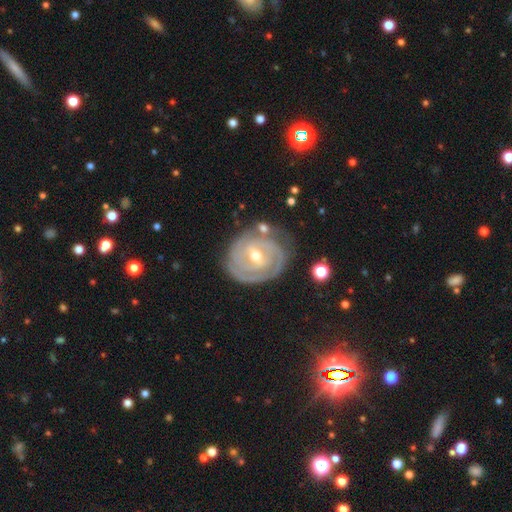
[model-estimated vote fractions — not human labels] Morphology: type=featured or disk (87%); edge-on=no (97%); bar=weak (54%); spiral arms=yes (95%); winding=tight (82%); arm count=2 (41%); bulge=moderate (55%); merging=none (74%).